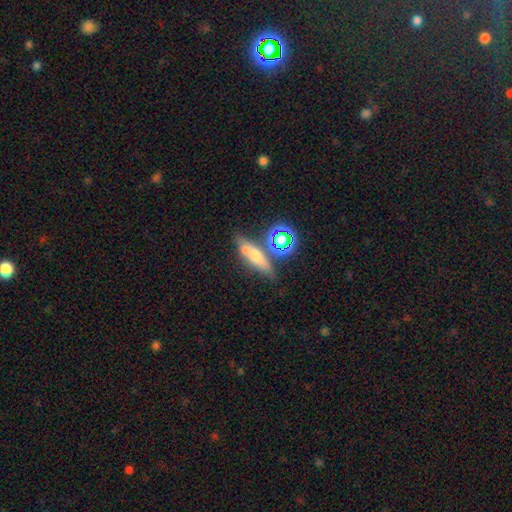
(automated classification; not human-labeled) smooth 54%, featured or disk 27%, star or artifact 19%. Down the decision tree: how rounded — cigar-shaped (50%); merging — none (59%).